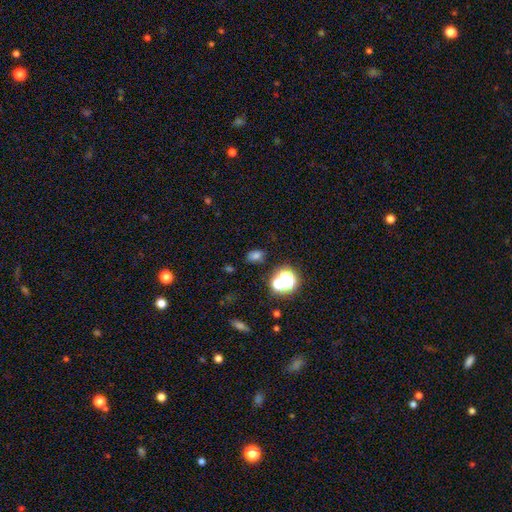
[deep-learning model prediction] smooth 69%, star or artifact 23%, featured or disk 8%. Down the decision tree: how rounded — in between (71%); merging — none (78%).